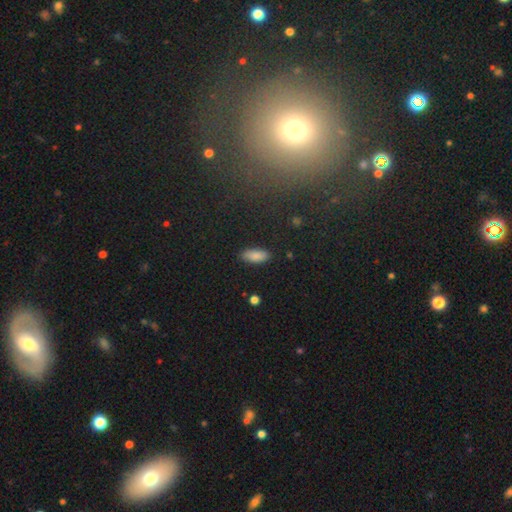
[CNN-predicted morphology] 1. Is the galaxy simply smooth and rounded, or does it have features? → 87% smooth, 7% star or artifact, 6% featured or disk.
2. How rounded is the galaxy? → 81% in between, 17% cigar-shaped, 2% round.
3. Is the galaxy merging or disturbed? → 87% none, 10% minor disturbance, 2% major disturbance, 1% merger.